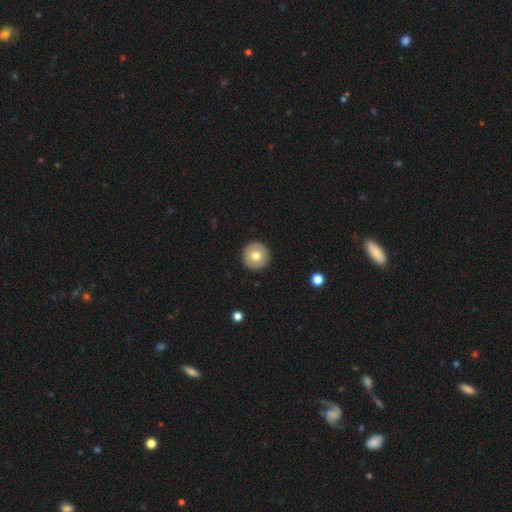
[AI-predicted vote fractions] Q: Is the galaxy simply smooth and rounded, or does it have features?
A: smooth — 72%.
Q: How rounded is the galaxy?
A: round — 96%.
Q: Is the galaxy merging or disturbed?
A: none — 93%.